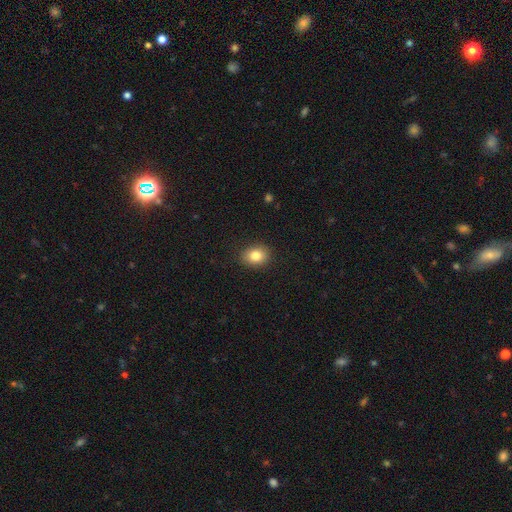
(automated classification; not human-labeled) Morphology: type=smooth (83%); roundness=in between (55%); merging=none (89%).